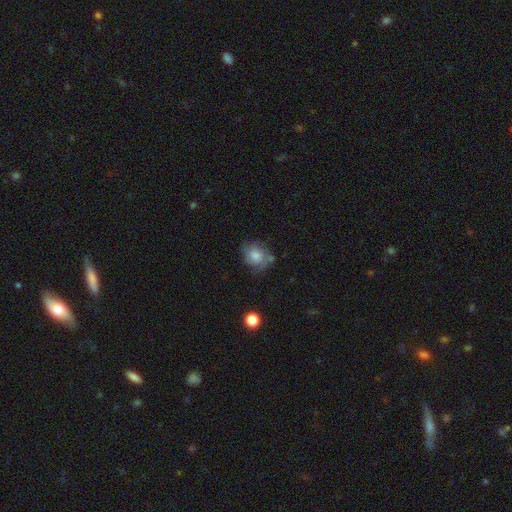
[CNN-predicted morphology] Smooth or featured?
  - smooth: 58% *
  - featured or disk: 32%
  - star or artifact: 11%
How rounded?
  - round: 58% *
  - in between: 41%
  - cigar-shaped: 1%
Merging?
  - none: 62% *
  - minor disturbance: 25%
  - major disturbance: 8%
  - merger: 5%